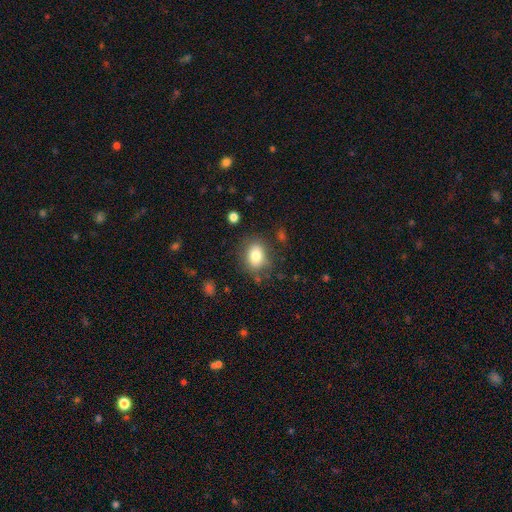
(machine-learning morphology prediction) The model was most divided on "how rounded": in between: 63%, round: 35%, cigar-shaped: 1%. More confident: smooth or featured — smooth (80%); merging — none (76%).